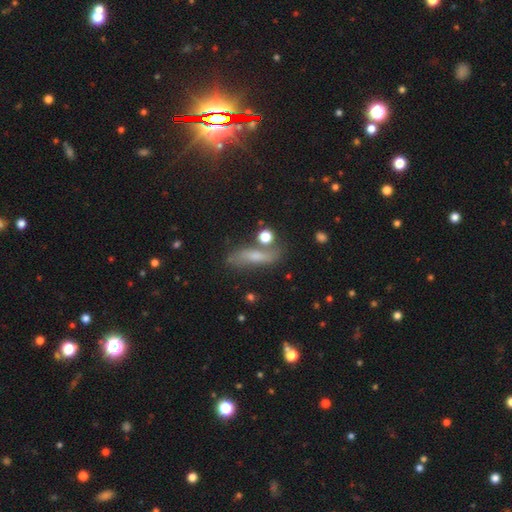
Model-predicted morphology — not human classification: Smooth or featured? Predicted: smooth (p=0.50). How rounded? Predicted: cigar-shaped (p=0.54). Merging? Predicted: none (p=0.63).